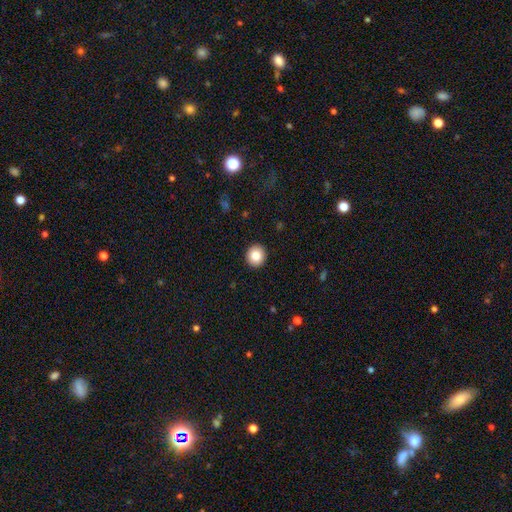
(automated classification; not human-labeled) Smooth or featured? Predicted: smooth (p=0.84). How rounded? Predicted: round (p=0.89). Merging? Predicted: none (p=0.92).